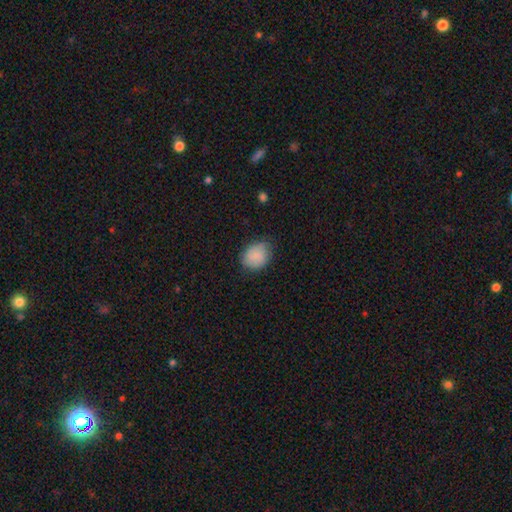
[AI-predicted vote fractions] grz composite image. It shows a smooth galaxy with no disk features (84%) that is in between round and cigar-shaped (50%). Merging: none (70%).